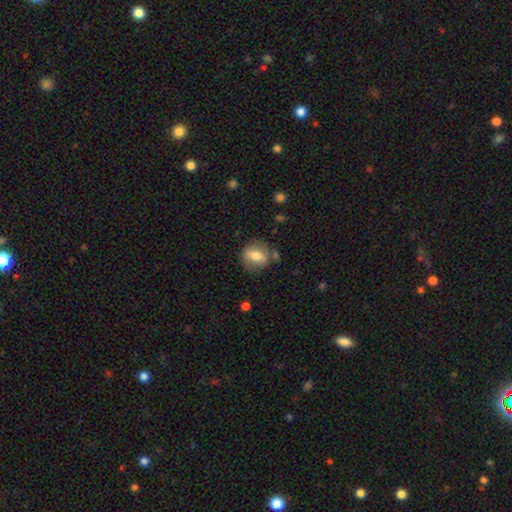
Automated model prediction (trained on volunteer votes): This appears to be a smooth galaxy with no disk features (62%) that is round (52%). Merging: none (73%).